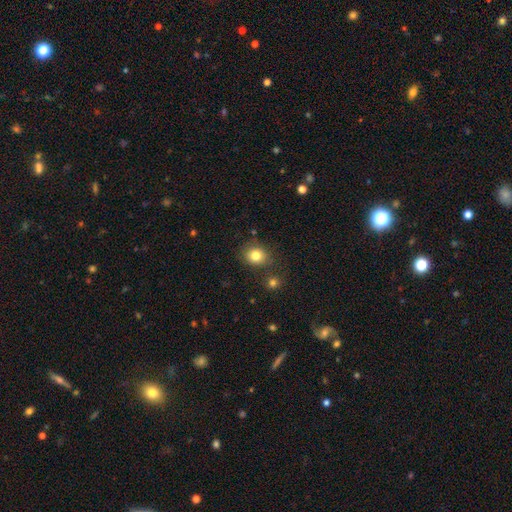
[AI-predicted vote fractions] smooth_or_featured: smooth (p=0.81) [alt: star or artifact p=0.11]
how_rounded: round (p=0.68) [alt: in between p=0.32]
merging: none (p=0.78) [alt: minor disturbance p=0.13]